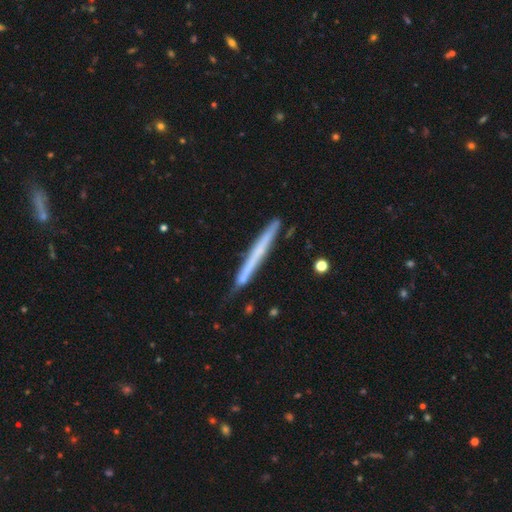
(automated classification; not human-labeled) smooth_or_featured: featured or disk (p=0.48) [alt: smooth p=0.46]
merging: none (p=0.84) [alt: minor disturbance p=0.13]